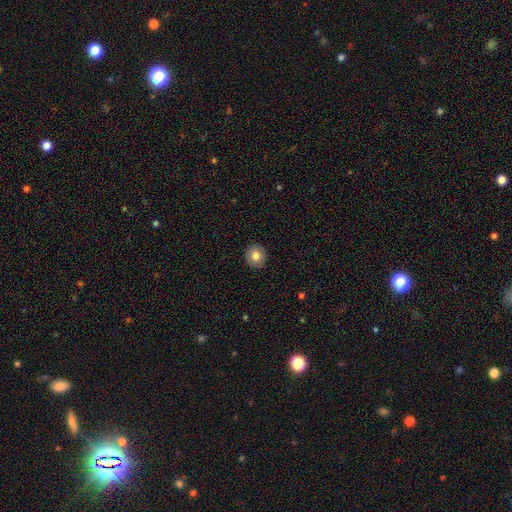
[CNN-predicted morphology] Q: Smooth or featured?
A: smooth (79%); runner-up: featured or disk (12%)
Q: How rounded?
A: round (88%); runner-up: in between (11%)
Q: Merging?
A: none (91%); runner-up: minor disturbance (6%)